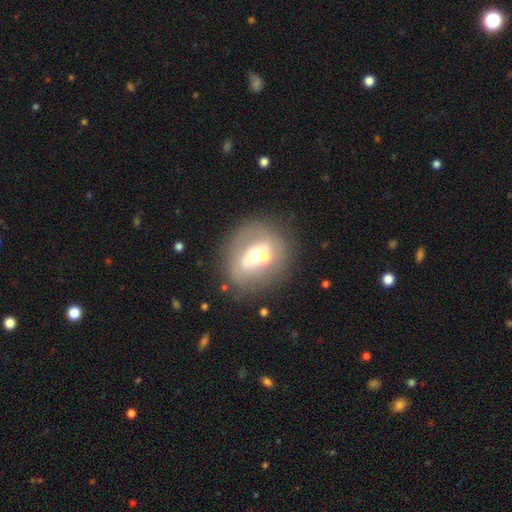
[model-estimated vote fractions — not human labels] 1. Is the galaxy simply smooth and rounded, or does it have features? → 46% featured or disk, 43% smooth, 11% star or artifact.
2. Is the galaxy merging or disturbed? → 48% none, 32% merger, 13% minor disturbance, 7% major disturbance.